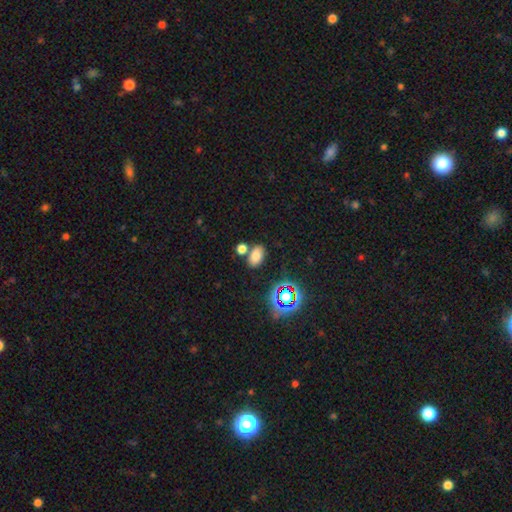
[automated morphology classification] Smooth or featured?
  - smooth: 73% *
  - star or artifact: 19%
  - featured or disk: 8%
How rounded?
  - in between: 88% *
  - round: 11%
  - cigar-shaped: 2%
Merging?
  - none: 70% *
  - merger: 17%
  - minor disturbance: 10%
  - major disturbance: 3%